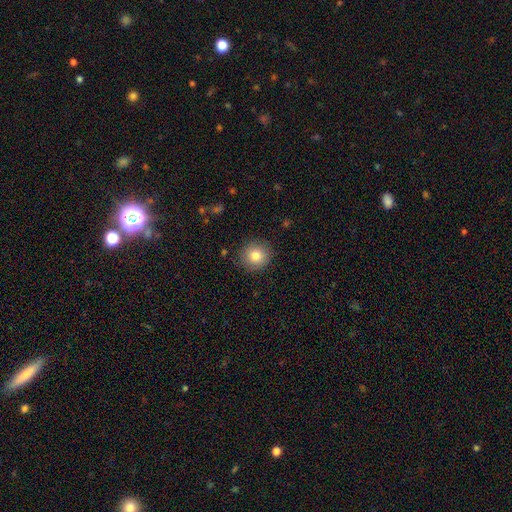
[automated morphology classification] Q: Smooth or featured?
A: smooth (80%); runner-up: star or artifact (10%)
Q: How rounded?
A: round (91%); runner-up: in between (8%)
Q: Merging?
A: none (88%); runner-up: minor disturbance (8%)